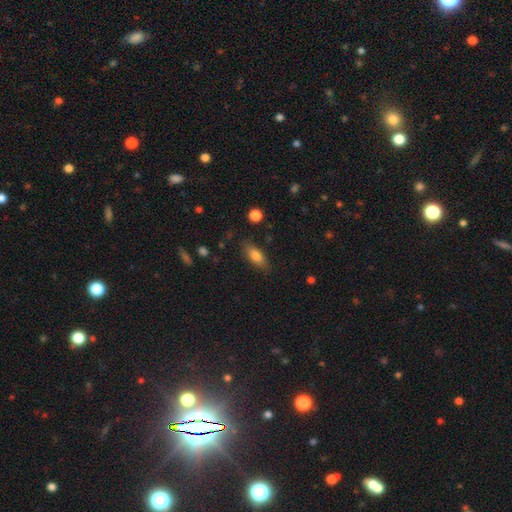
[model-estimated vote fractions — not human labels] Morphology: type=smooth (79%); roundness=in between (78%); merging=none (82%).